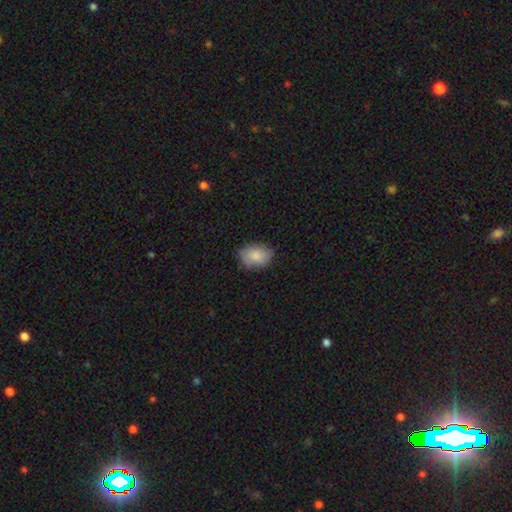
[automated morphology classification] This appears to be a smooth galaxy with no disk features (83%) that is in between round and cigar-shaped (77%). Merging: none (79%).